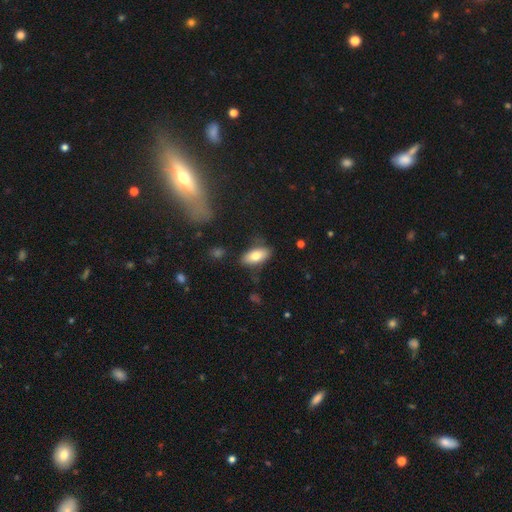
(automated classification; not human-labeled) Morphology: type=smooth (74%); roundness=in between (87%); merging=none (78%).